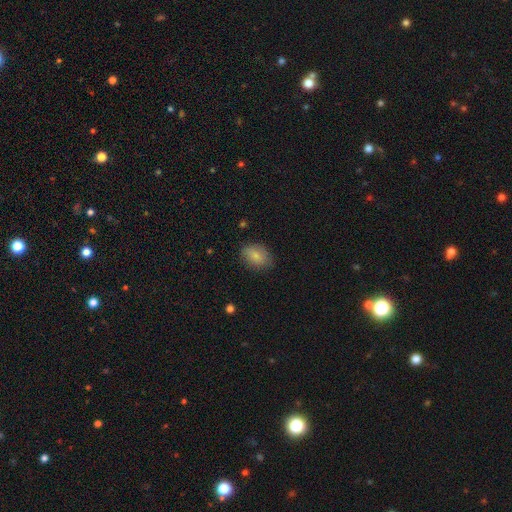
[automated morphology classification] Q: Smooth or featured?
A: smooth (83%); runner-up: featured or disk (10%)
Q: How rounded?
A: in between (79%); runner-up: round (20%)
Q: Merging?
A: none (78%); runner-up: minor disturbance (17%)